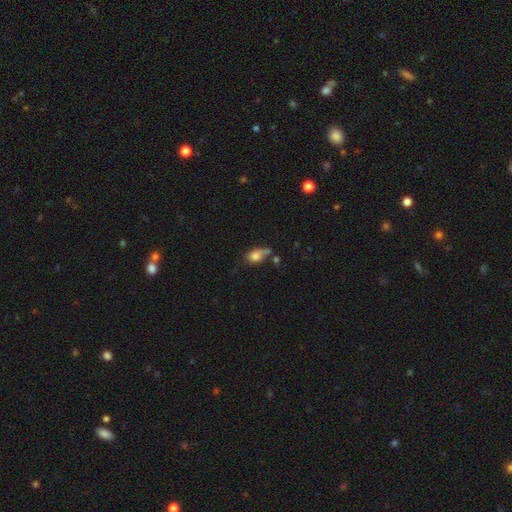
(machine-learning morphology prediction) A smooth galaxy with no disk features (77%) that is in between round and cigar-shaped (71%).

Vote fractions:
- Smooth or featured? smooth: 77% / featured or disk: 13% / star or artifact: 10%
- How rounded? in between: 71% / round: 25% / cigar-shaped: 4%
- Merging? none: 35% / merger: 25% / minor disturbance: 24% / major disturbance: 16%